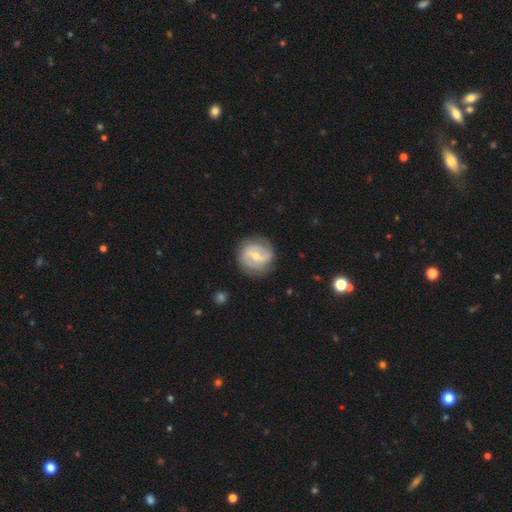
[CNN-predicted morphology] smooth-or-featured: featured or disk: 71% | smooth: 23% | star or artifact: 6%
  disk-edge-on: no: 98% | yes: 2%
    bar: weak: 54% | strong: 24% | no: 22%
    has-spiral-arms: yes: 86% | no: 14%
      spiral-winding: tight: 41% (tied) | medium: 41% (tied) | loose: 18%
      spiral-arm-count: 2: 70% | can't tell: 16% | 3: 7% | 1: 3% | 4: 2% | more than 4: 2%
    bulge-size: moderate: 53% | small: 43% | large: 2% | none: 1% | dominant: 1%
  merging: none: 81% | minor disturbance: 13% | major disturbance: 5% | merger: 1%